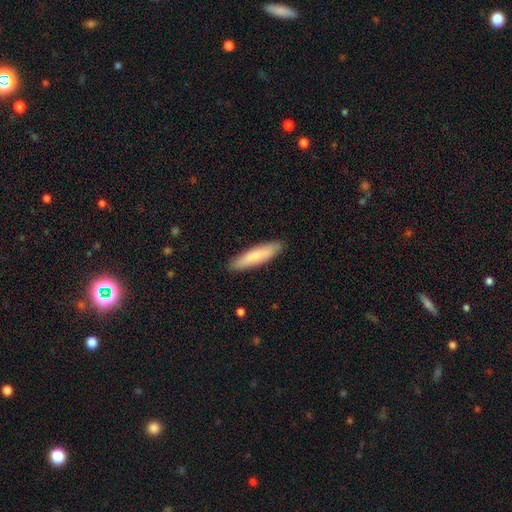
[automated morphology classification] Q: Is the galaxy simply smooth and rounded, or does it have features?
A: smooth — 78%.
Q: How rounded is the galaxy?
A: cigar-shaped — 76%.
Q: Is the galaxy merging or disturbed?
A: none — 89%.